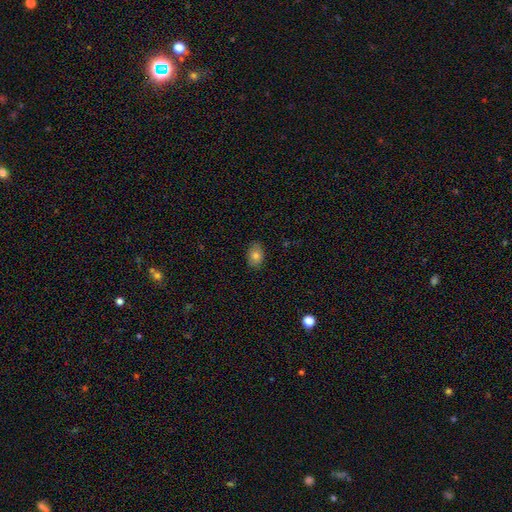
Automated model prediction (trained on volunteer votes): A smooth galaxy with no disk features (80%) that is in between round and cigar-shaped (79%). Merging: none (87%).